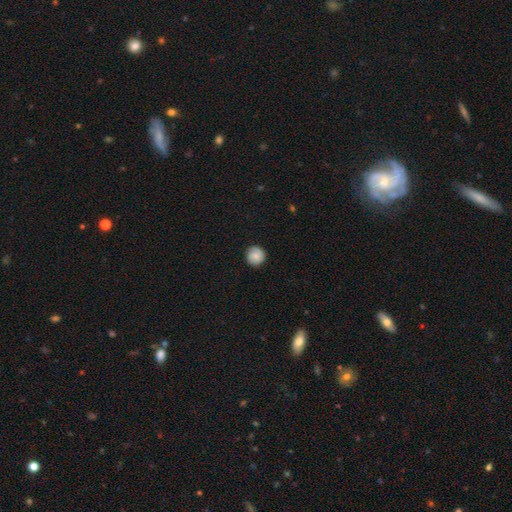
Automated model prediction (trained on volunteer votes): Q: Smooth or featured?
A: smooth (70%); runner-up: featured or disk (22%)
Q: How rounded?
A: round (91%); runner-up: in between (8%)
Q: Merging?
A: none (84%); runner-up: minor disturbance (12%)